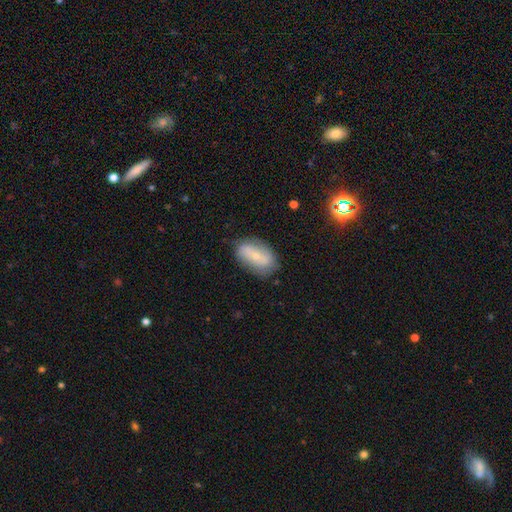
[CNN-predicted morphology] A smooth galaxy with no disk features (47%). Merging: none (73%).